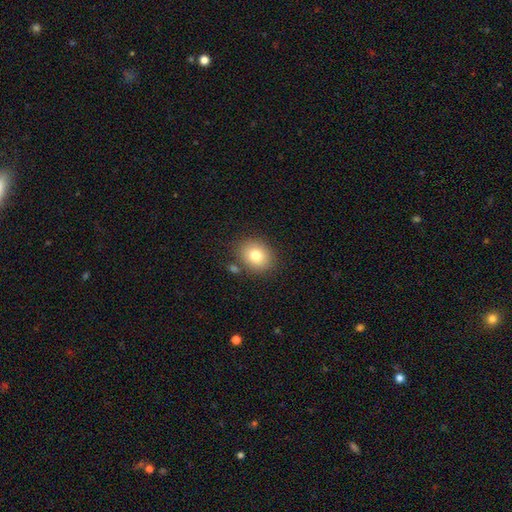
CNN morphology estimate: smooth_or_featured: smooth (p=0.80) [alt: featured or disk p=0.11]
how_rounded: in between (p=0.52) [alt: round p=0.47]
merging: none (p=0.79) [alt: minor disturbance p=0.11]